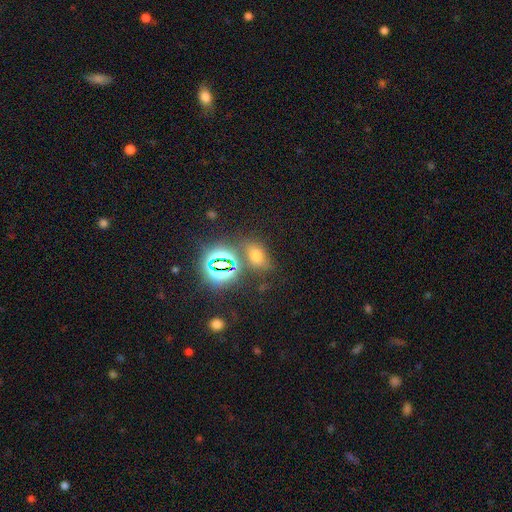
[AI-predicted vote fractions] Q: Smooth or featured?
A: smooth (55%); runner-up: star or artifact (36%)
Q: How rounded?
A: in between (79%); runner-up: round (18%)
Q: Merging?
A: none (68%); runner-up: minor disturbance (14%)